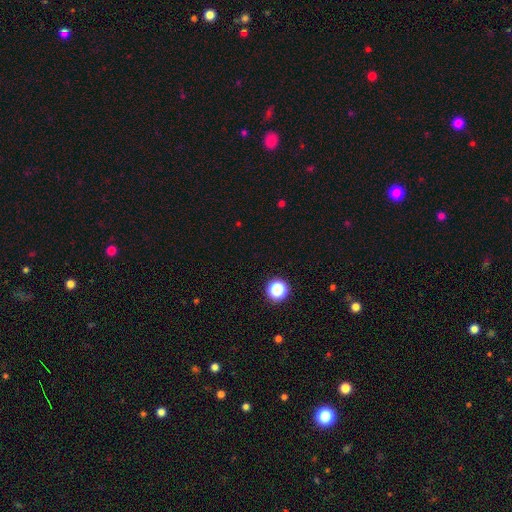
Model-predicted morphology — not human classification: star or artifact 57%, smooth 37%, featured or disk 7%.